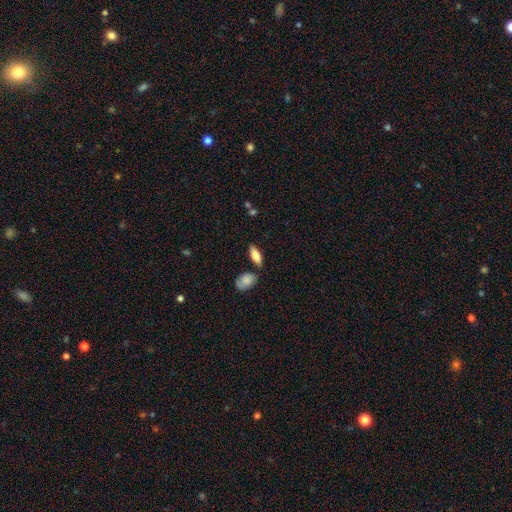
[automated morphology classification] Smooth or featured: smooth — 74% (featured or disk — 19%)
How rounded: in between — 76% (cigar-shaped — 21%)
Merging: none — 79% (minor disturbance — 12%)